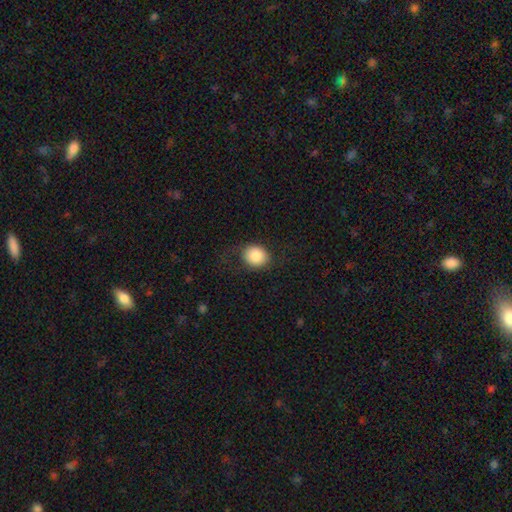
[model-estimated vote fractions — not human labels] Smooth or featured: smooth — 83% (featured or disk — 9%)
How rounded: round — 69% (in between — 31%)
Merging: none — 73% (minor disturbance — 16%)